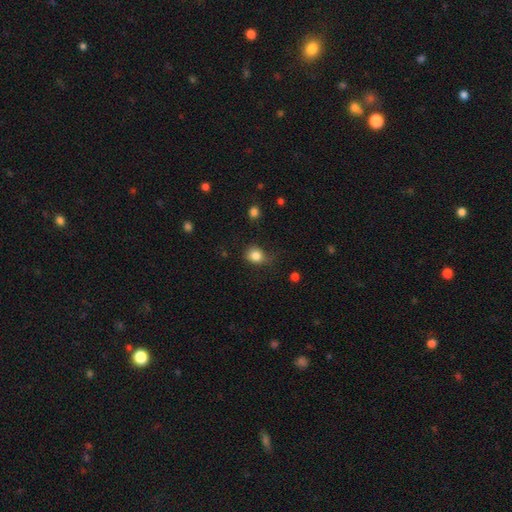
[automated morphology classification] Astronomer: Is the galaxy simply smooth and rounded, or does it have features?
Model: smooth — 83%.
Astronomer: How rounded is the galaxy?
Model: round — 67%.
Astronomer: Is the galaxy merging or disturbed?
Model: none — 62%.